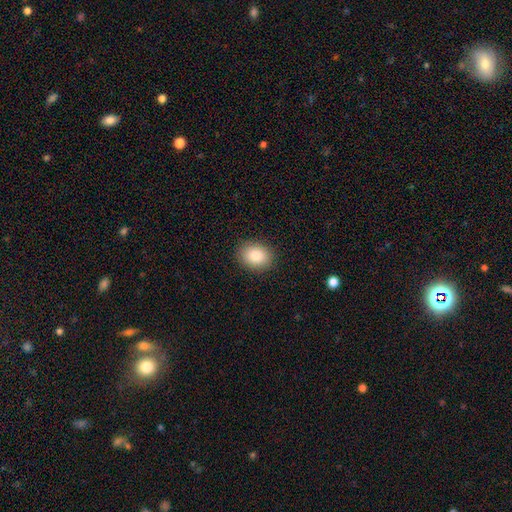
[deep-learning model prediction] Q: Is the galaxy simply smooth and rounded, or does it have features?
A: smooth — 86%.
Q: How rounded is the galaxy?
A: in between — 62%.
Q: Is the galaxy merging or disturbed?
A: none — 89%.